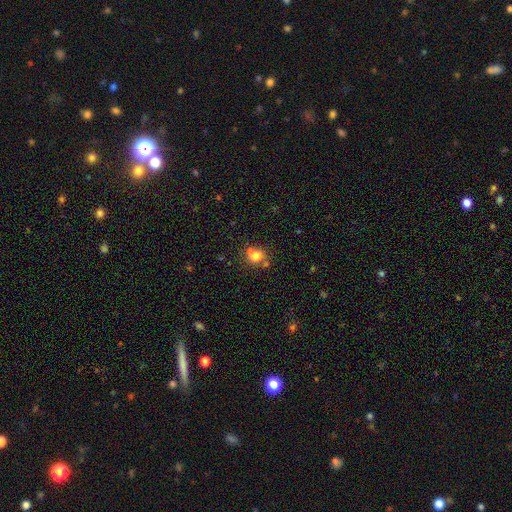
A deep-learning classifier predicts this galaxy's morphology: A smooth galaxy with no disk features (75%) that is round (76%). Merging: none (52%).